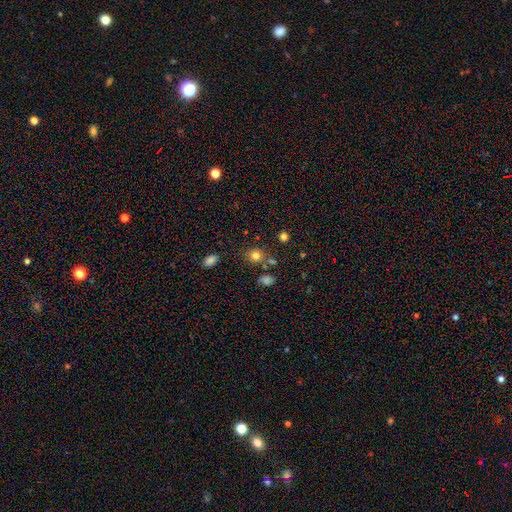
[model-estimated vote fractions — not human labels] Overall: smooth (78%). How rounded: round (79%). Merging: none (76%).